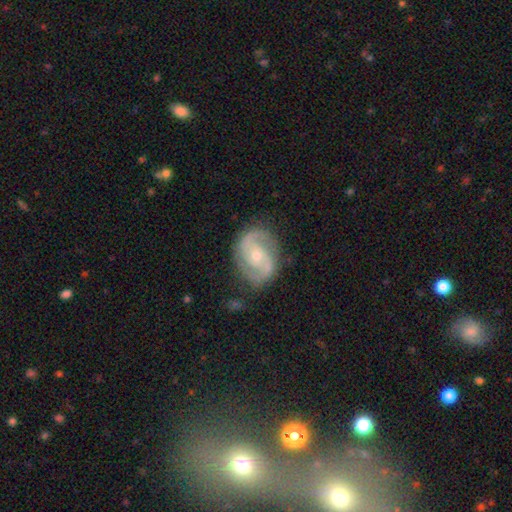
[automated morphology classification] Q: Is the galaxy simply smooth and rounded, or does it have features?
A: featured or disk — 88%.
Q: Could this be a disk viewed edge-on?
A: no — 98%.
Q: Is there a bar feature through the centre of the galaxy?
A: no — 49%.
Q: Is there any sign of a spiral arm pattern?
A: yes — 96%.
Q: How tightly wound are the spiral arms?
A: medium — 53%.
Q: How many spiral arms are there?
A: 2 — 90%.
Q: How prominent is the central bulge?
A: small — 52%.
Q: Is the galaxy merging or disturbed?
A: none — 79%.